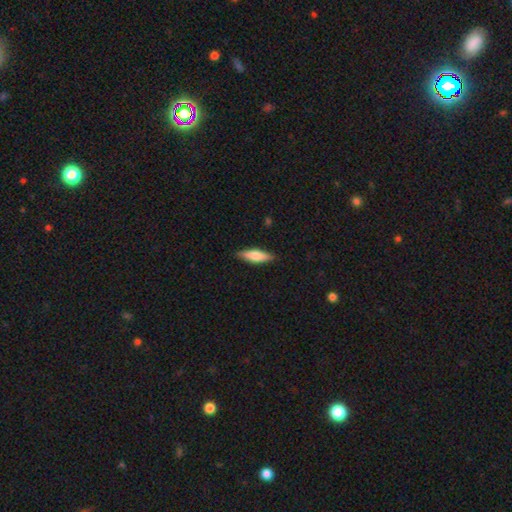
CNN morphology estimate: This is likely a smooth galaxy (67%). How rounded: possibly cigar-shaped (57%). Merging: clearly none (89%).